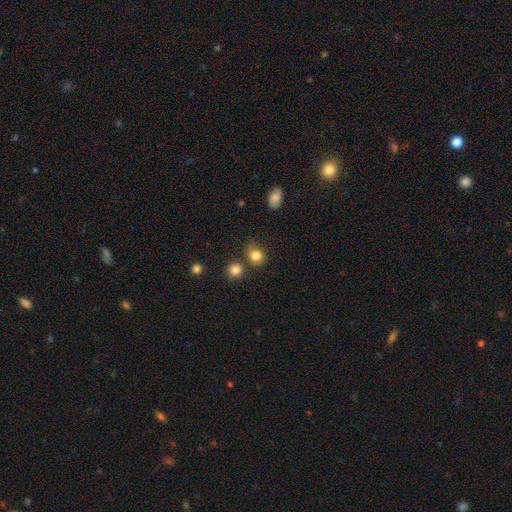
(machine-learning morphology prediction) Smooth or featured?
  - smooth: 83% *
  - star or artifact: 12%
  - featured or disk: 6%
How rounded?
  - round: 80% *
  - in between: 19%
  - cigar-shaped: 1%
Merging?
  - none: 65% *
  - minor disturbance: 17%
  - merger: 12%
  - major disturbance: 6%